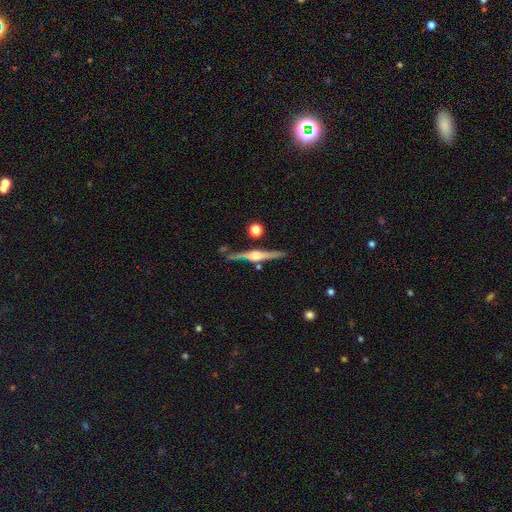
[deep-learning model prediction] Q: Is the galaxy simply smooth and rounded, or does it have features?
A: featured or disk — 83%.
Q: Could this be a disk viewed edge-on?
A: yes — 98%.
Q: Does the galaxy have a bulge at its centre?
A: rounded — 82%.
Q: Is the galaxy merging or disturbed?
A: none — 83%.